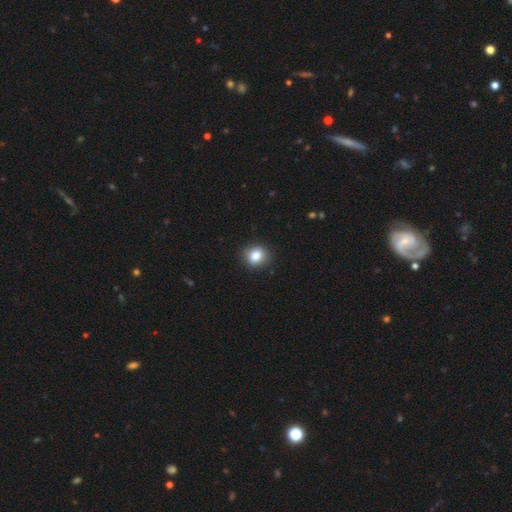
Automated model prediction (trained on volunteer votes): The model was most divided on "how rounded": round: 75%, in between: 24%, cigar-shaped: 1%. More confident: merging — none (87%); smooth or featured — smooth (84%).